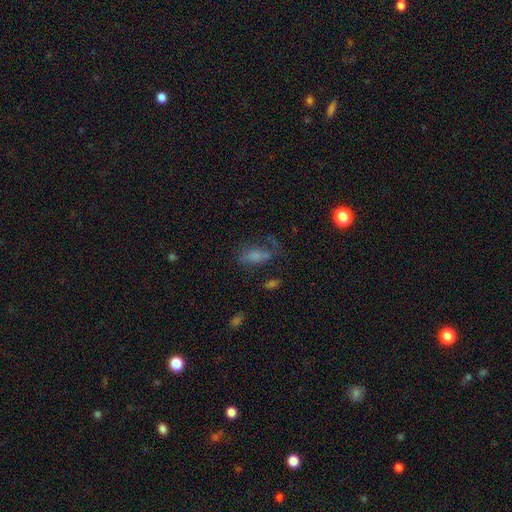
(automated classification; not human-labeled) A smooth galaxy with no disk features (63%) that is in between round and cigar-shaped (83%).

Vote fractions:
- Smooth or featured? smooth: 63% / featured or disk: 21% / star or artifact: 17%
- How rounded? in between: 83% / cigar-shaped: 10% / round: 7%
- Merging? none: 42% / major disturbance: 29% / minor disturbance: 23% / merger: 5%